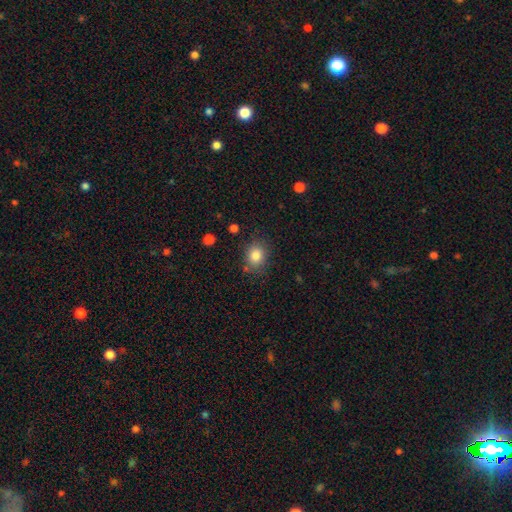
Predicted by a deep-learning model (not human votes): smooth_or_featured: smooth (p=0.83) [alt: star or artifact p=0.10]
how_rounded: round (p=0.63) [alt: in between p=0.36]
merging: none (p=0.81) [alt: minor disturbance p=0.12]